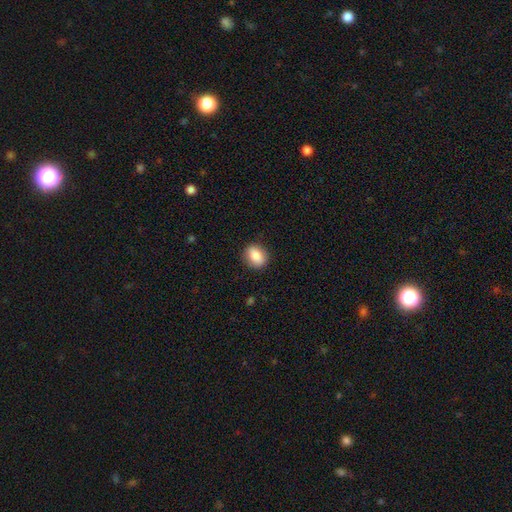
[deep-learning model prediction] Smooth or featured: smooth — 86% (star or artifact — 8%)
How rounded: in between — 55% (round — 43%)
Merging: none — 87% (minor disturbance — 10%)